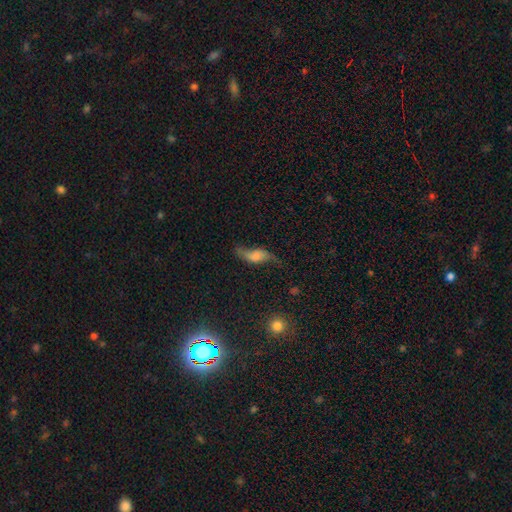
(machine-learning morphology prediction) featured or disk 61%, smooth 29%, star or artifact 10%. Down the decision tree: edge-on disk — no (84%); bar — no (60%); spiral arms — yes (88%); bulge size — moderate (33%); merging — none (58%).